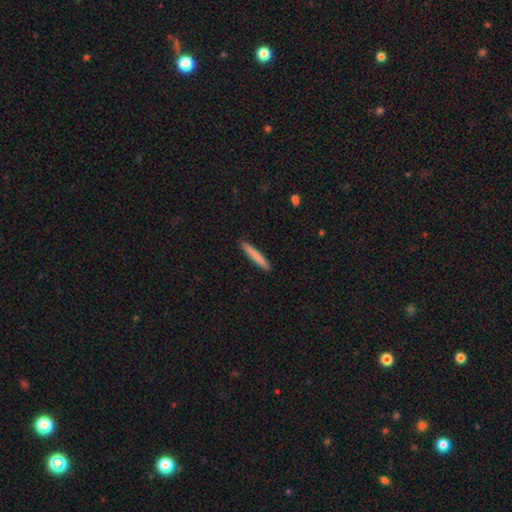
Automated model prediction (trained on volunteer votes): Smooth or featured? Predicted: smooth (p=0.80). How rounded? Predicted: cigar-shaped (p=0.96). Merging? Predicted: none (p=0.92).